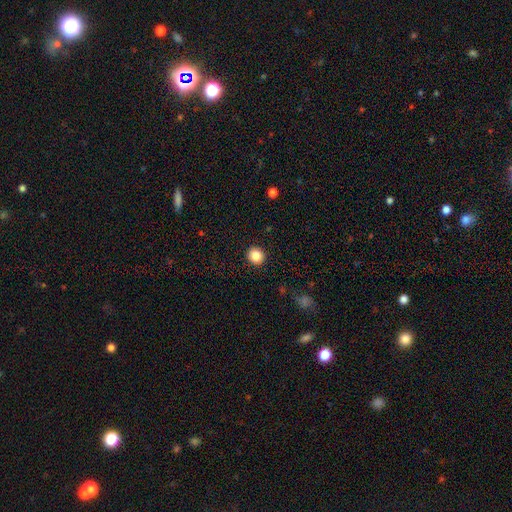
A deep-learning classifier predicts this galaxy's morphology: Q: Smooth or featured?
A: smooth (87%); runner-up: star or artifact (9%)
Q: How rounded?
A: round (87%); runner-up: in between (12%)
Q: Merging?
A: none (92%); runner-up: minor disturbance (5%)